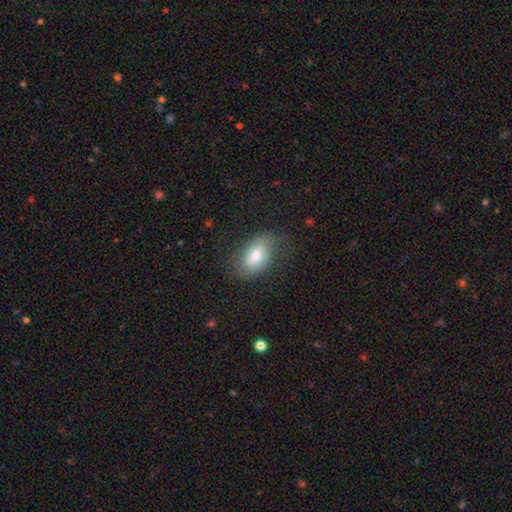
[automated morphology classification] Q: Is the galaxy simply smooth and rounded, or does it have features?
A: smooth — 69%.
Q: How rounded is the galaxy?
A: in between — 90%.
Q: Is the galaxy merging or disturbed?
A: none — 69%.